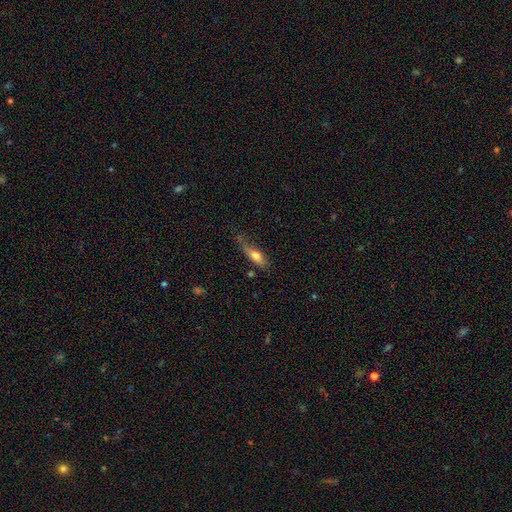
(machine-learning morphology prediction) The model was most divided on "how rounded": cigar-shaped: 49%, in between: 48%, round: 3%. Remaining: smooth or featured — smooth (64%); merging — none (46%).